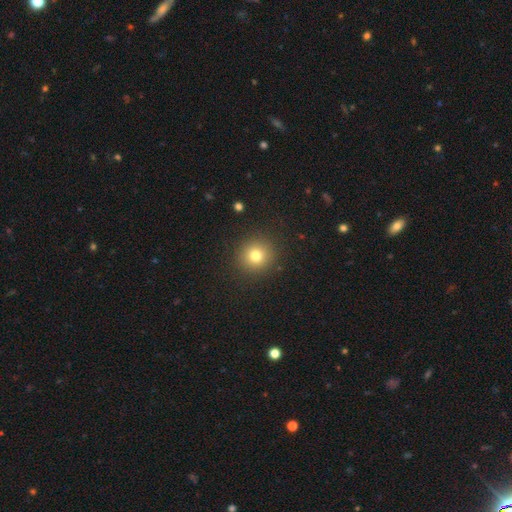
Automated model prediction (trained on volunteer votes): The model was most divided on "smooth or featured": smooth: 77%, star or artifact: 14%, featured or disk: 9%. More confident: how rounded — round (93%); merging — none (90%).